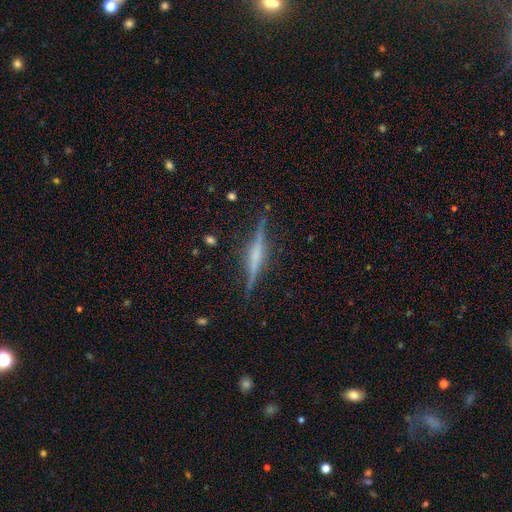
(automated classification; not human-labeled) Q: Smooth or featured?
A: featured or disk (75%); runner-up: smooth (18%)
Q: Edge-on disk?
A: yes (98%); runner-up: no (2%)
Q: Edge-on bulge?
A: rounded (46%); runner-up: none (29%)
Q: Merging?
A: none (87%); runner-up: minor disturbance (10%)